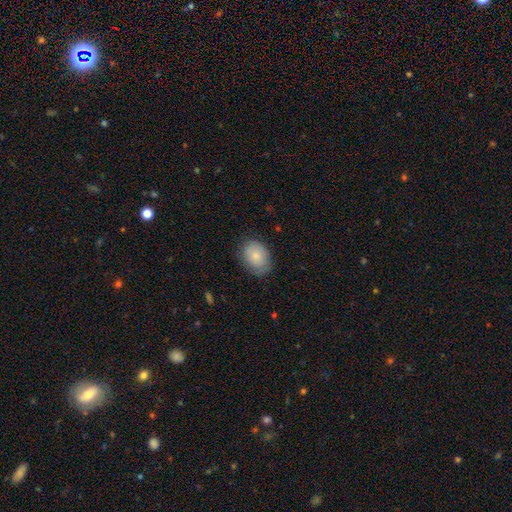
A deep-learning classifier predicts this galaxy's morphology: Smooth or featured? Predicted: smooth (p=0.81). How rounded? Predicted: in between (p=0.69). Merging? Predicted: none (p=0.76).